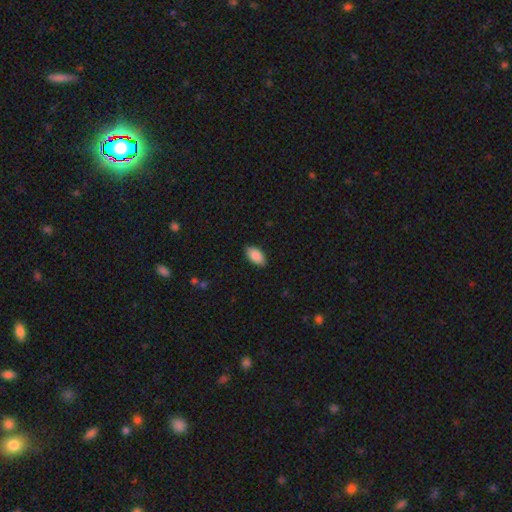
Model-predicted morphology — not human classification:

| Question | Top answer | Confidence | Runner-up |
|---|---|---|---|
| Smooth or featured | smooth | 89% | star or artifact (6%) |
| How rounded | in between | 94% | cigar-shaped (3%) |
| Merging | none | 88% | minor disturbance (9%) |